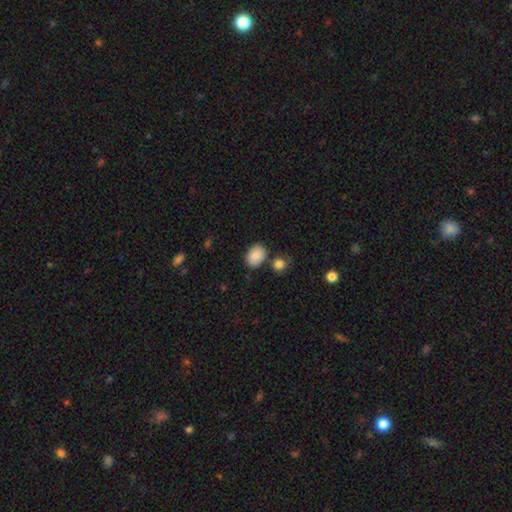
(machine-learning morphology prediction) Smooth or featured?
  - smooth: 87% *
  - star or artifact: 8%
  - featured or disk: 5%
How rounded?
  - in between: 68% *
  - round: 31%
  - cigar-shaped: 1%
Merging?
  - none: 77% *
  - minor disturbance: 12%
  - merger: 8%
  - major disturbance: 3%